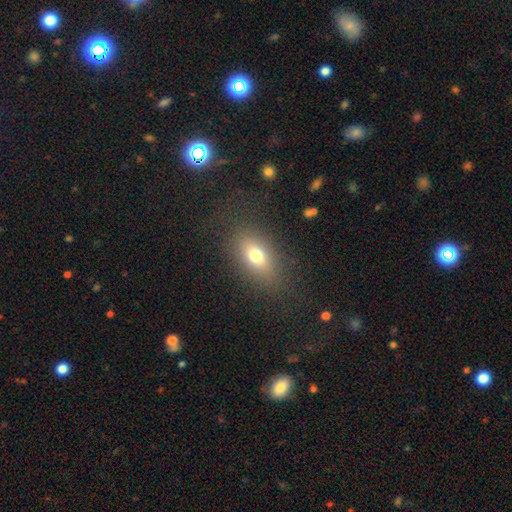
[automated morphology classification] A smooth galaxy with no disk features (73%) that is in between round and cigar-shaped (79%).

Vote fractions:
- Smooth or featured? smooth: 73% / featured or disk: 15% / star or artifact: 12%
- How rounded? in between: 79% / round: 17% / cigar-shaped: 4%
- Merging? none: 80% / minor disturbance: 11% / major disturbance: 7% / merger: 1%